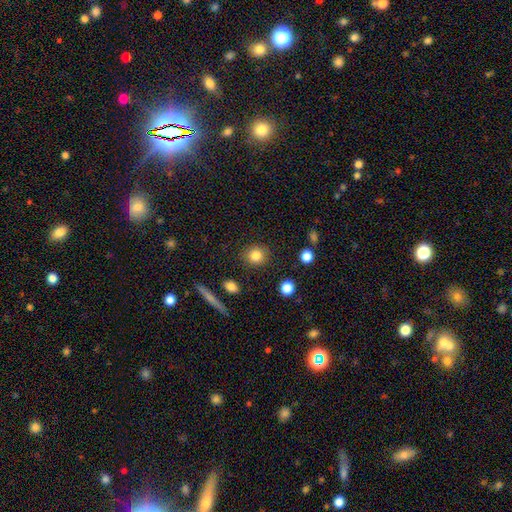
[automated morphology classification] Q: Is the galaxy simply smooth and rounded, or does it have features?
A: smooth — 84%.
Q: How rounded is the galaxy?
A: round — 88%.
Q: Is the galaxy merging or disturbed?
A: none — 89%.